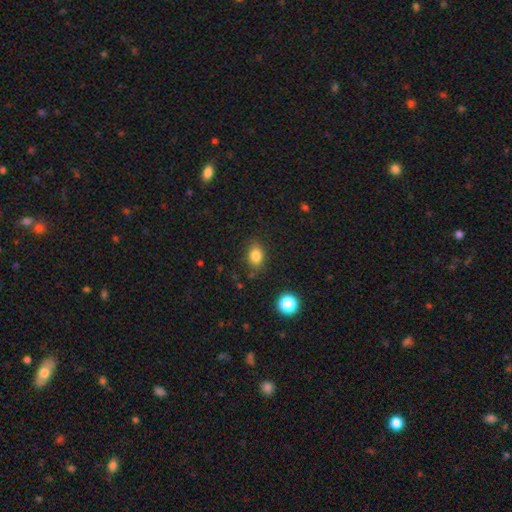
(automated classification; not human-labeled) Overall: smooth (82%). How rounded: in between (70%). Merging: none (81%).